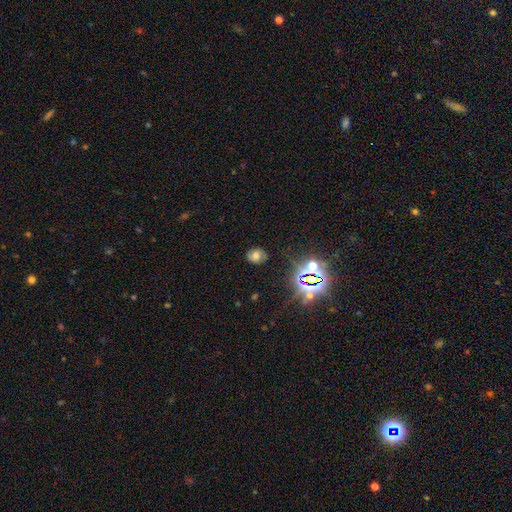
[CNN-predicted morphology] smooth_or_featured: smooth (p=0.48) [alt: featured or disk p=0.28]
merging: none (p=0.79) [alt: minor disturbance p=0.14]